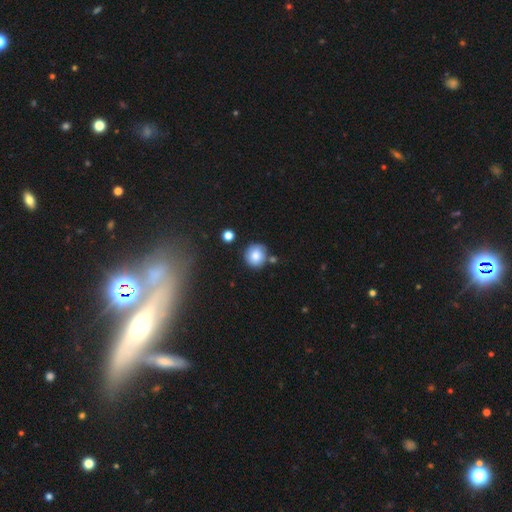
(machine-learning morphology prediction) This is likely a smooth galaxy (78%). How rounded: clearly round (89%). Merging: likely none (70%).